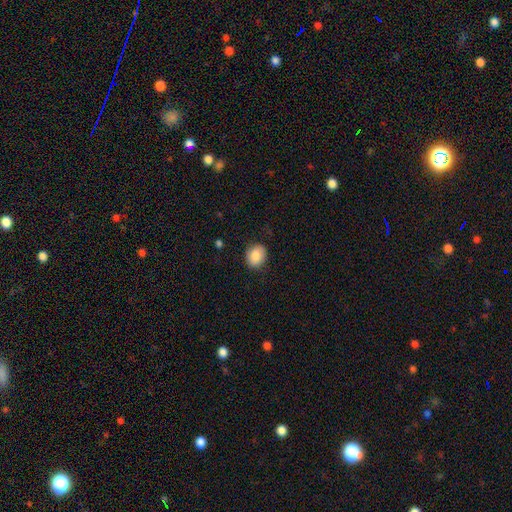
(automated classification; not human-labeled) A smooth galaxy with no disk features (86%) that is round (63%). Merging: none (86%).